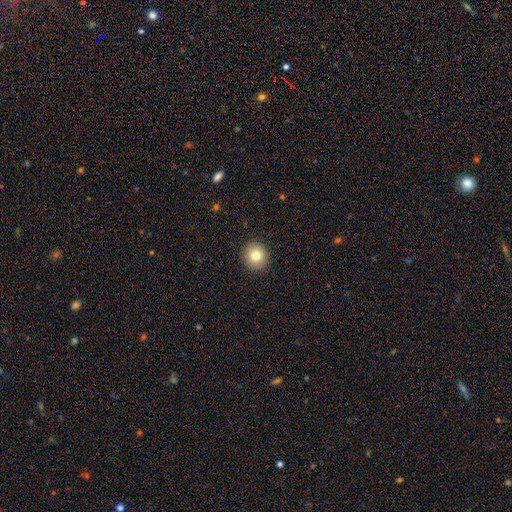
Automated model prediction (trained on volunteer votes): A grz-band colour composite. It shows a smooth galaxy with no disk features (81%) that is round (93%). Merging: none (92%).